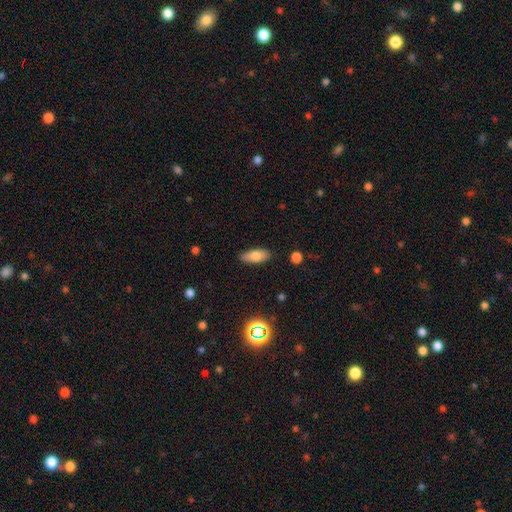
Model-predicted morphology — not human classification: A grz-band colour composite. It shows a smooth galaxy with no disk features (77%) that is in between round and cigar-shaped (79%). Merging: none (87%).